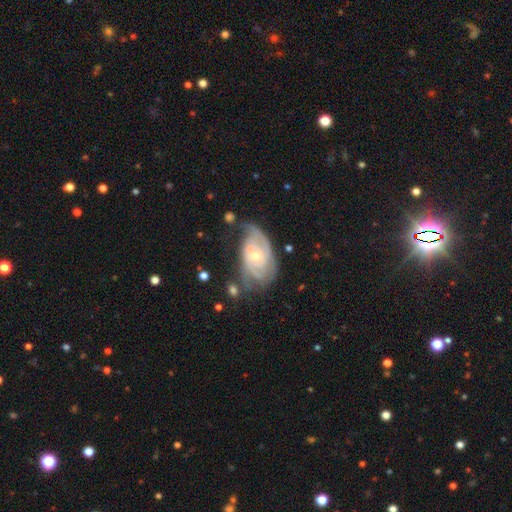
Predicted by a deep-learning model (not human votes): A featured or disk galaxy (85%) with no bar (67%), 2 (33%) tight (64%) spiral arms (94%) and a small central bulge (50%).

Vote fractions:
- Smooth or featured? featured or disk: 85% / smooth: 10% / star or artifact: 5%
- Edge-on disk? no: 96% / yes: 4%
- Bar? no: 67% / weak: 28% / strong: 6%
- Spiral arms? yes: 94% / no: 6%
- Spiral winding? tight: 64% / medium: 28% / loose: 8%
- Spiral arm count? 2: 33% / can't tell: 32% / 3: 19% / 4: 6% / 1: 6% / more than 4: 4%
- Bulge size? small: 50% / moderate: 47% / large: 2% / none: 1% / dominant: 1%
- Merging? none: 48% / minor disturbance: 27% / major disturbance: 18% / merger: 6%